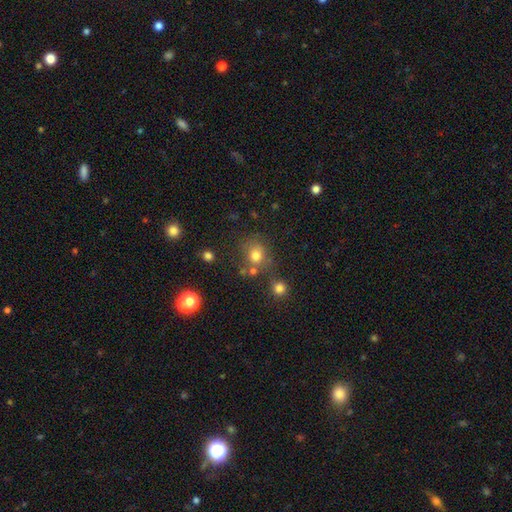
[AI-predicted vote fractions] This appears to be a smooth galaxy with no disk features (75%) that is round (81%). Merging: none (64%).